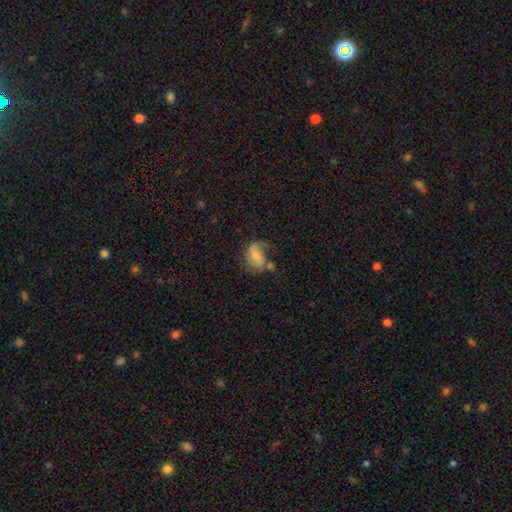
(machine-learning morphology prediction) Smooth or featured? smooth (55%)
How rounded? in between (73%)
Merging? none (35%)